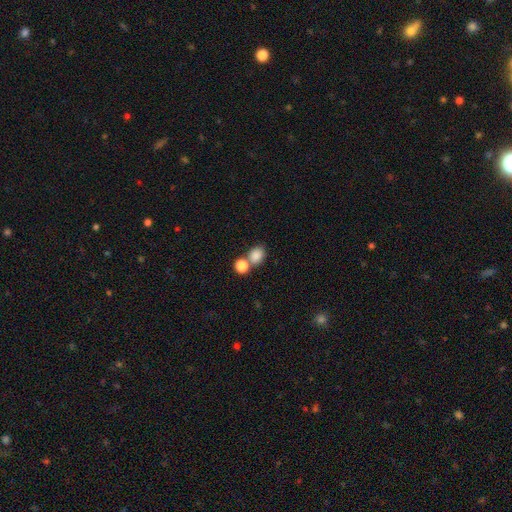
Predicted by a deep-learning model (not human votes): Smooth or featured: smooth — 84% (star or artifact — 11%)
How rounded: round — 54% (in between — 45%)
Merging: none — 53% (merger — 34%)